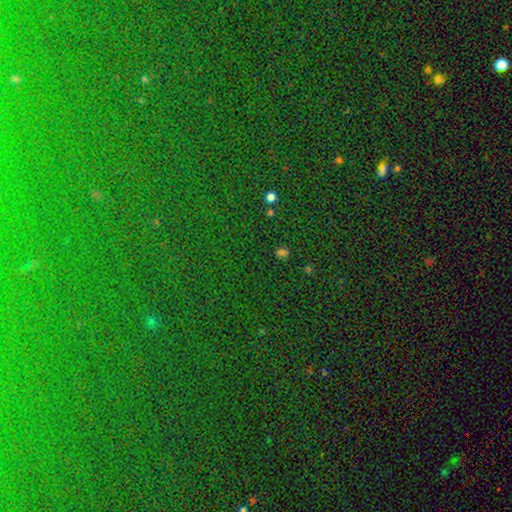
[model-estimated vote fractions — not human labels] Smooth or featured? star or artifact (84%)